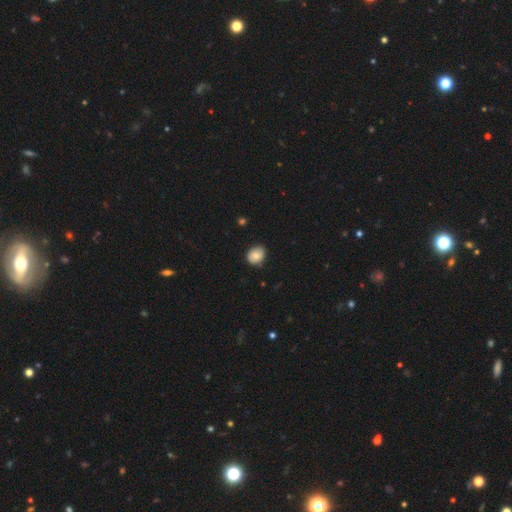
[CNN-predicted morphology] This is clearly a smooth galaxy (82%). How rounded: possibly round (59%). Merging: likely none (79%).